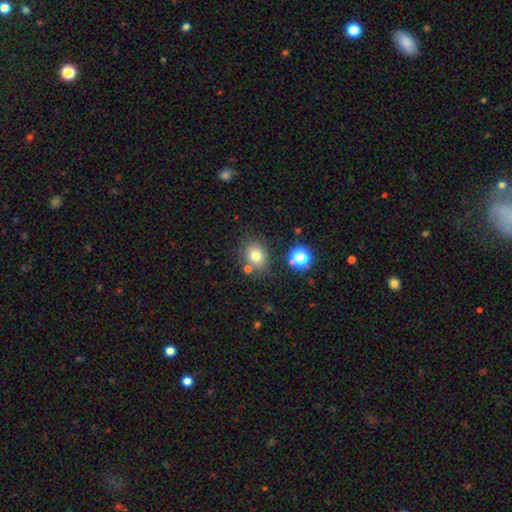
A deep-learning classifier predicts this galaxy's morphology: smooth-or-featured: smooth: 77% | star or artifact: 14% | featured or disk: 9%
  how-rounded: round: 61% | in between: 38% | cigar-shaped: 1%
  merging: none: 75% | minor disturbance: 12% | merger: 9% | major disturbance: 4%